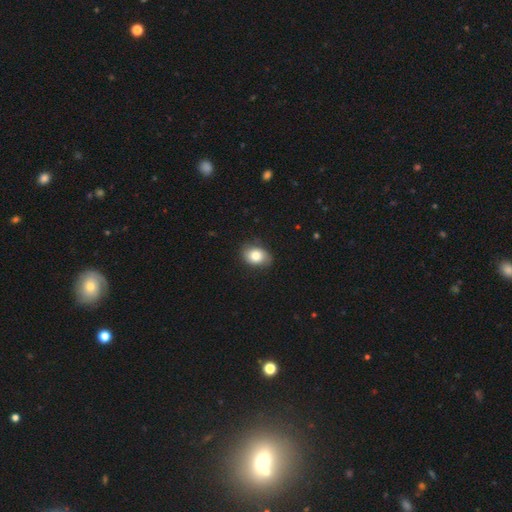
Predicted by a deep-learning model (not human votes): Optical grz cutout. It shows a smooth galaxy with no disk features (77%) that is in between round and cigar-shaped (69%). Merging: none (77%).